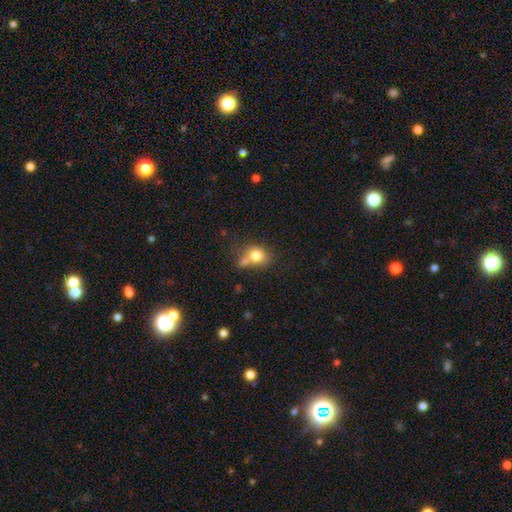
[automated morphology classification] smooth 77%, featured or disk 12%, star or artifact 11%. Down the decision tree: how rounded — round (60%); merging — none (44%).